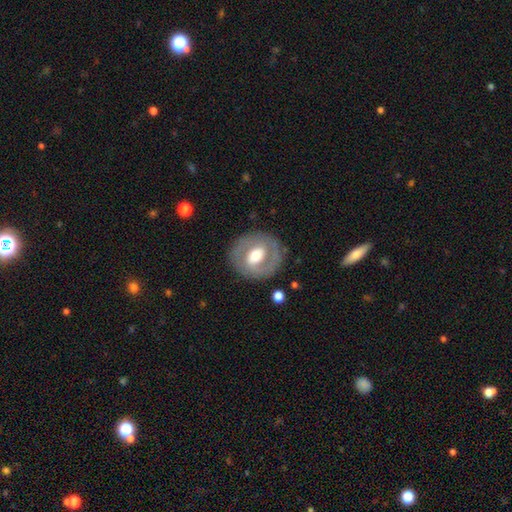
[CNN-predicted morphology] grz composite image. It shows a featured or disk galaxy (58%) with no bar (39%), no spiral arms (63%) and a moderate central bulge (64%). Merging: none (81%).